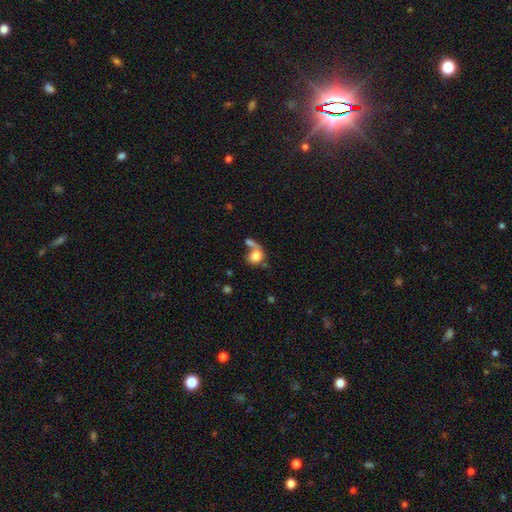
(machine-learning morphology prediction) Smooth or featured? Predicted: smooth (p=0.77). How rounded? Predicted: round (p=0.58). Merging? Predicted: merger (p=0.41).